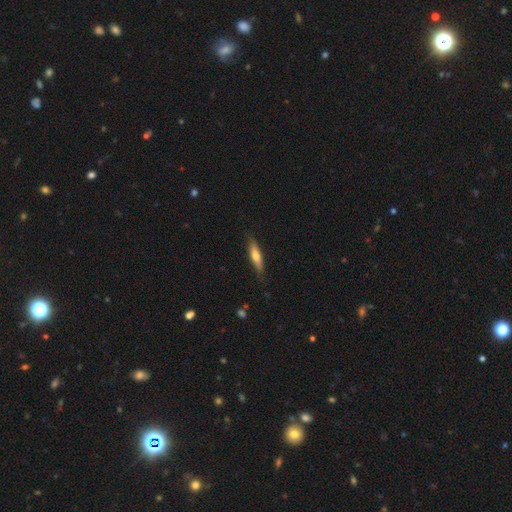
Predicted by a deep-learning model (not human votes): Morphology: type=smooth (62%); roundness=cigar-shaped (76%); merging=none (81%).